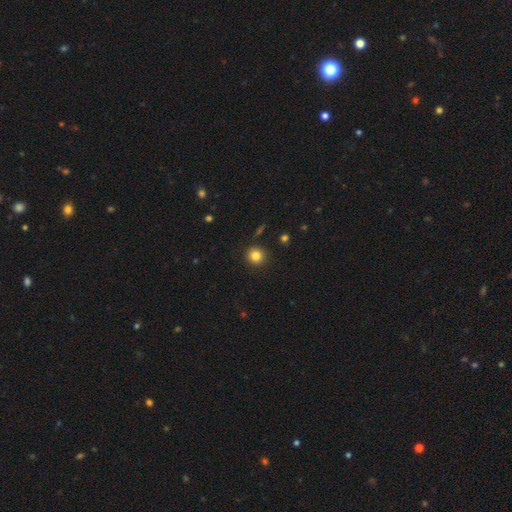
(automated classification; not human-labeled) A smooth galaxy with no disk features (83%) that is round (91%).

Vote fractions:
- Smooth or featured? smooth: 83% / star or artifact: 12% / featured or disk: 6%
- How rounded? round: 91% / in between: 8% / cigar-shaped: 1%
- Merging? none: 90% / minor disturbance: 6% / major disturbance: 2% / merger: 2%